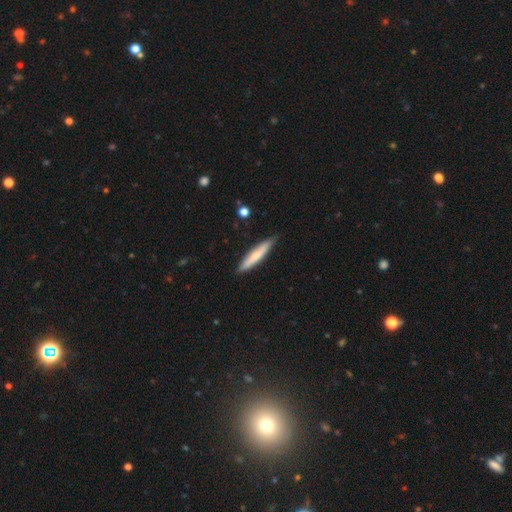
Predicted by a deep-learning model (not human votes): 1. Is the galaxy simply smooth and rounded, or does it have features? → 68% smooth, 27% featured or disk, 5% star or artifact.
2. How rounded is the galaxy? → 90% cigar-shaped, 9% in between, 1% round.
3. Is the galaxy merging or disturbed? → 85% none, 12% minor disturbance, 2% major disturbance, 1% merger.